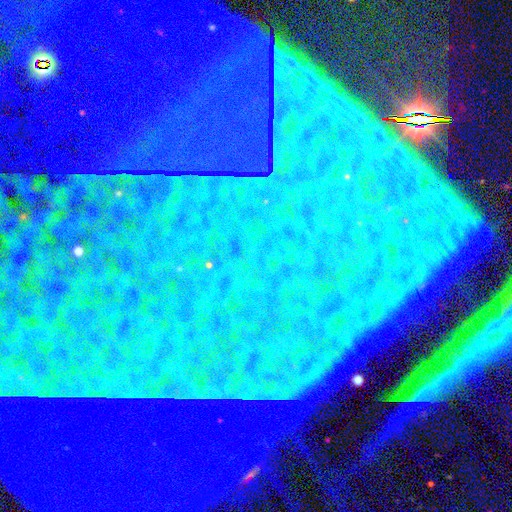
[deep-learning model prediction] Smooth or featured: star or artifact — 86% (featured or disk — 8%)